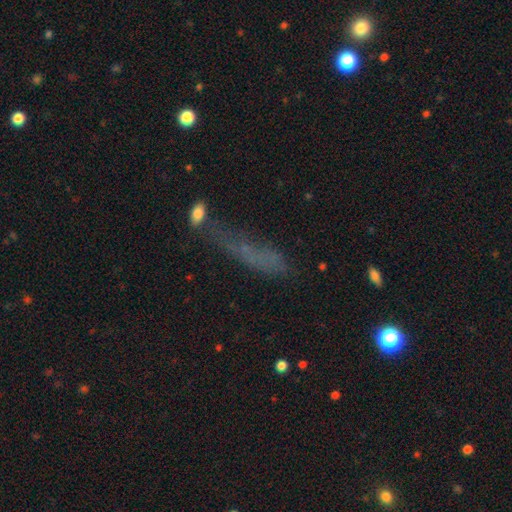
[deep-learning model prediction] This is possibly a smooth galaxy (50%). How rounded: likely cigar-shaped (68%). Merging: marginally none (39%).